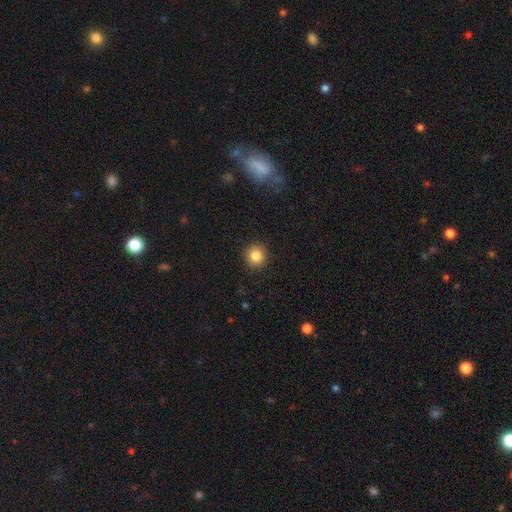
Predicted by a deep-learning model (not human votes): smooth 85%, star or artifact 10%, featured or disk 5%. Down the decision tree: how rounded — round (91%); merging — none (91%).